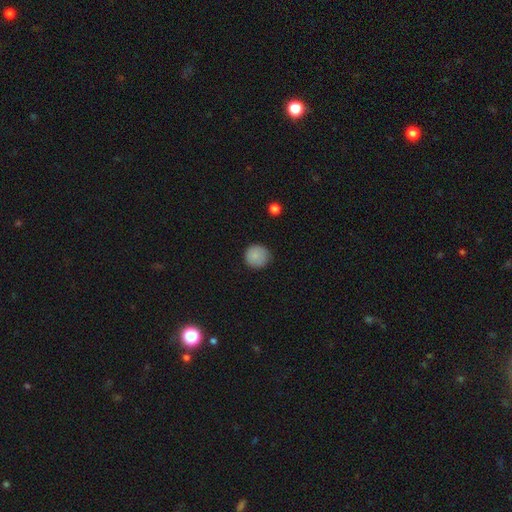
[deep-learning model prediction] smooth 86%, star or artifact 8%, featured or disk 6%. Down the decision tree: how rounded — round (94%); merging — none (85%).